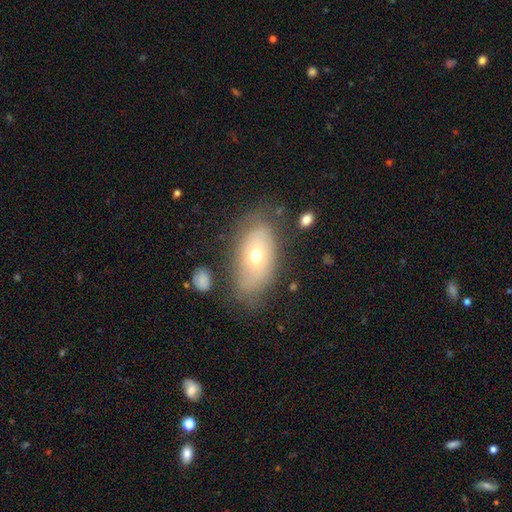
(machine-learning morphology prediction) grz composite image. It shows a smooth galaxy with no disk features (55%) that is in between round and cigar-shaped (89%). Merging: none (69%).